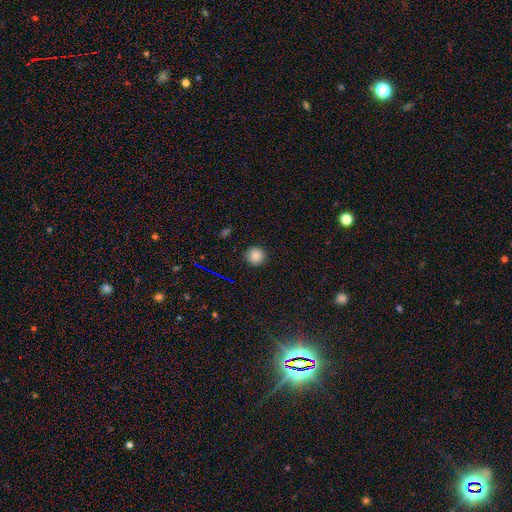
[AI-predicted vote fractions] Smooth or featured?
  - smooth: 84% *
  - star or artifact: 12%
  - featured or disk: 4%
How rounded?
  - round: 94% *
  - in between: 4%
  - cigar-shaped: 1%
Merging?
  - none: 90% *
  - minor disturbance: 7%
  - major disturbance: 2%
  - merger: 1%